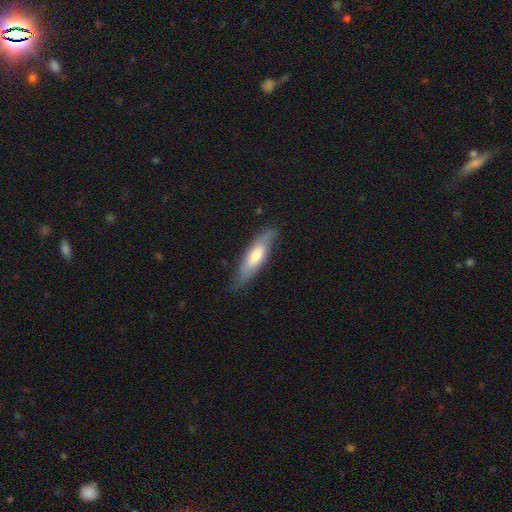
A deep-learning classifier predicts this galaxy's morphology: A smooth galaxy with no disk features (52%) that is cigar-shaped (58%).

Vote fractions:
- Smooth or featured? smooth: 52% / featured or disk: 43% / star or artifact: 6%
- How rounded? cigar-shaped: 58% / in between: 40% / round: 2%
- Merging? none: 72% / minor disturbance: 22% / major disturbance: 5% / merger: 1%